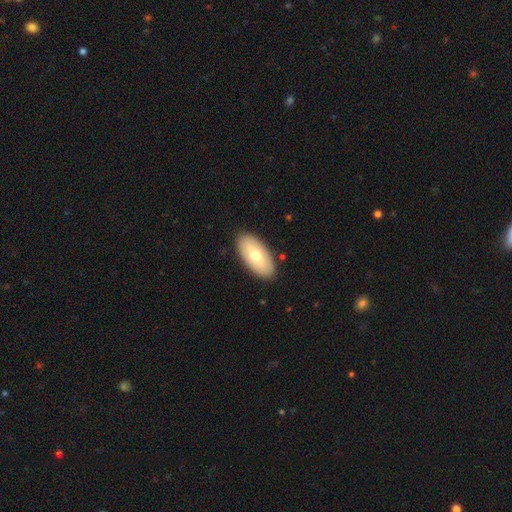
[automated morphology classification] smooth_or_featured: smooth (p=0.63) [alt: featured or disk p=0.32]
how_rounded: in between (p=0.92) [alt: cigar-shaped p=0.06]
merging: none (p=0.88) [alt: minor disturbance p=0.09]